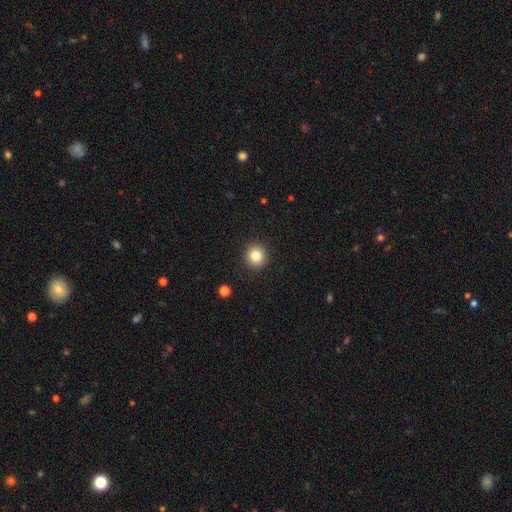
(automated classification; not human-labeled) Q: Smooth or featured?
A: smooth (83%); runner-up: star or artifact (11%)
Q: How rounded?
A: round (91%); runner-up: in between (8%)
Q: Merging?
A: none (92%); runner-up: minor disturbance (5%)